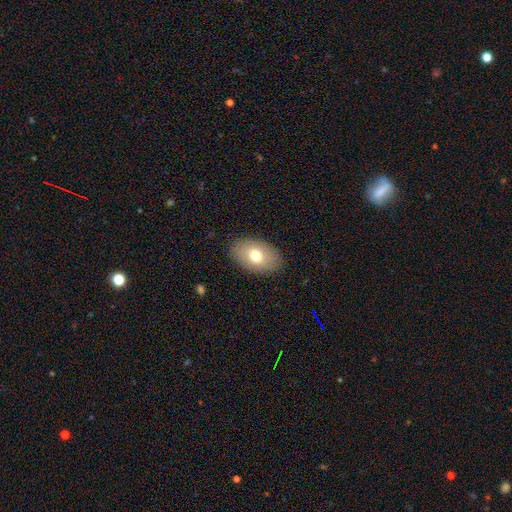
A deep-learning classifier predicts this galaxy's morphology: This appears to be a smooth galaxy with no disk features (72%) that is in between round and cigar-shaped (91%). Merging: none (88%).